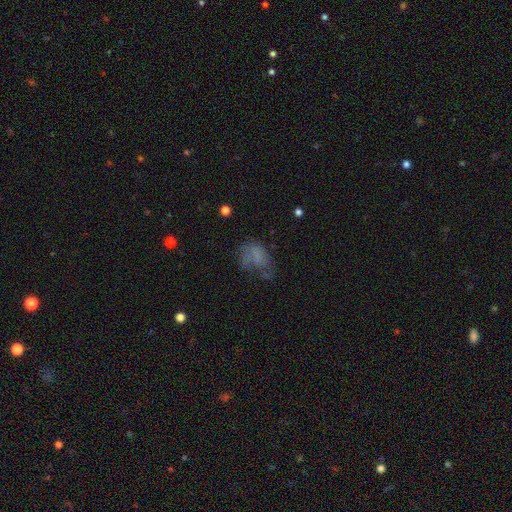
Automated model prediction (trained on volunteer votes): This is possibly a smooth galaxy (54%). How rounded: likely in between (74%). Merging: marginally none (35%).